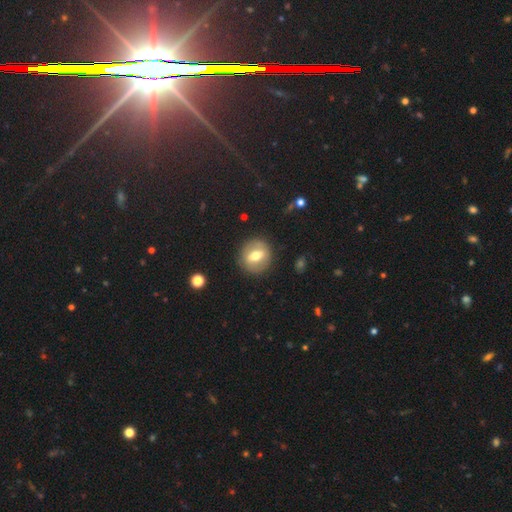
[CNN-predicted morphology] A smooth galaxy with no disk features (51%) that is round (80%). Merging: none (87%).